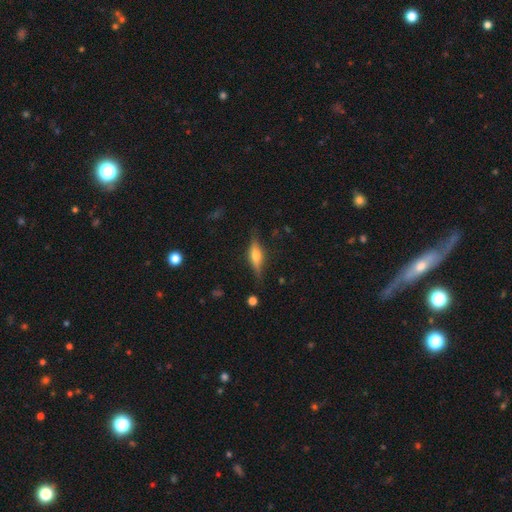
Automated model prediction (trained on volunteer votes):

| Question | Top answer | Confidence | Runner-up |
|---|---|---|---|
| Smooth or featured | featured or disk | 55% | smooth (37%) |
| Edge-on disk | yes | 93% | no (7%) |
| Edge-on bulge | rounded | 83% | boxy (13%) |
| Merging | none | 80% | minor disturbance (15%) |